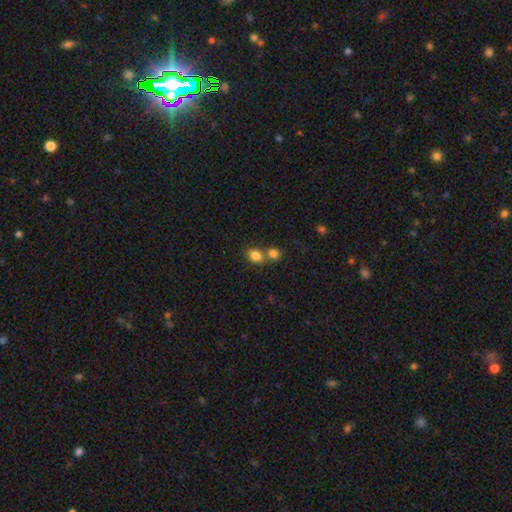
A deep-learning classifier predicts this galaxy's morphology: Smooth or featured? smooth (83%)
How rounded? round (50%)
Merging? none (48%)